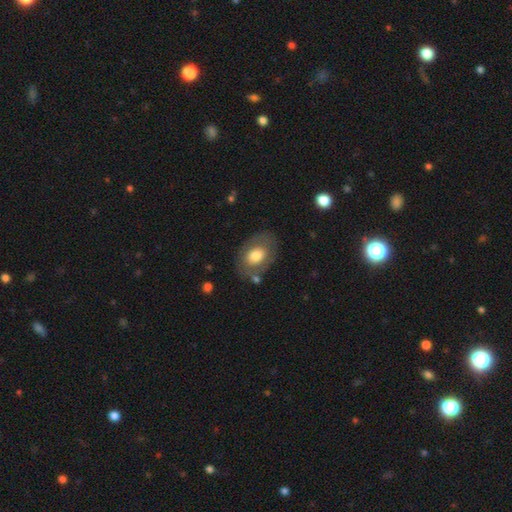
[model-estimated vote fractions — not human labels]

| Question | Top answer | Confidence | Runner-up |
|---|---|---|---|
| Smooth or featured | smooth | 64% | featured or disk (29%) |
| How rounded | in between | 74% | round (24%) |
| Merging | none | 73% | minor disturbance (16%) |